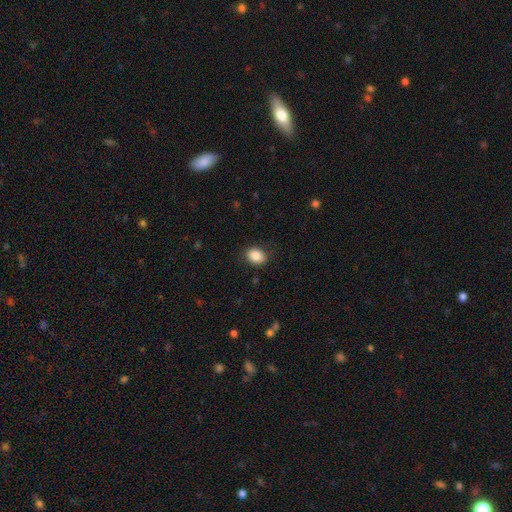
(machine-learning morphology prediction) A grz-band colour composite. It shows a smooth galaxy with no disk features (86%) that is in between round and cigar-shaped (61%). Merging: none (82%).